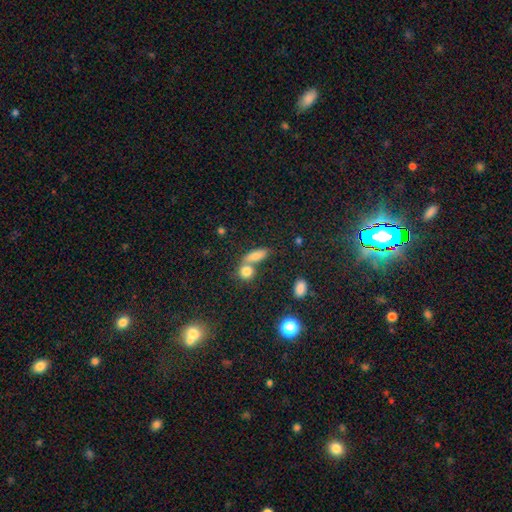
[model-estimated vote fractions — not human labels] Smooth or featured? Predicted: smooth (p=0.75). How rounded? Predicted: in between (p=0.67). Merging? Predicted: none (p=0.42, tied with merger).